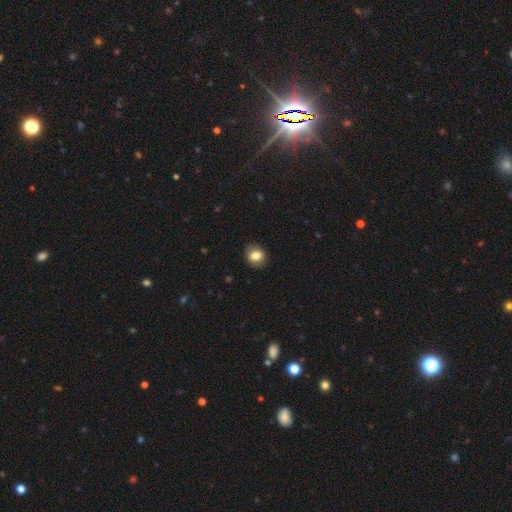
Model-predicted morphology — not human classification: The model was most divided on "how rounded": round: 65%, in between: 34%, cigar-shaped: 1%. More confident: merging — none (88%); smooth or featured — smooth (81%).